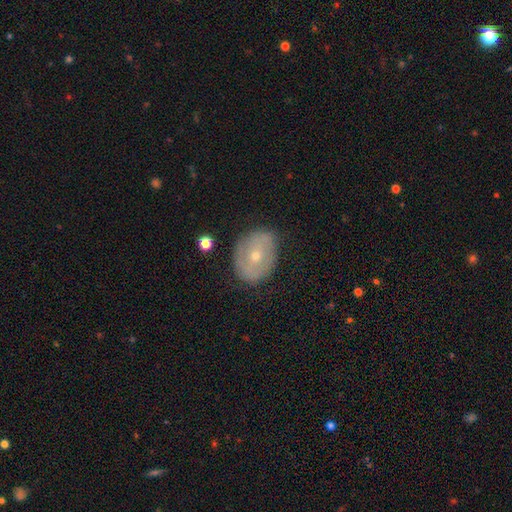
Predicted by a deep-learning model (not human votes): Smooth or featured?
  - featured or disk: 54% *
  - smooth: 37%
  - star or artifact: 9%
Edge-on disk?
  - no: 94% *
  - yes: 6%
Bar?
  - no: 70% *
  - weak: 21%
  - strong: 9%
Spiral arms?
  - no: 57% *
  - yes: 43%
Bulge size?
  - small: 64% *
  - moderate: 33%
  - large: 1%
  - none: 1%
  - dominant: 1%
Merging?
  - none: 73% *
  - minor disturbance: 19%
  - major disturbance: 6%
  - merger: 1%